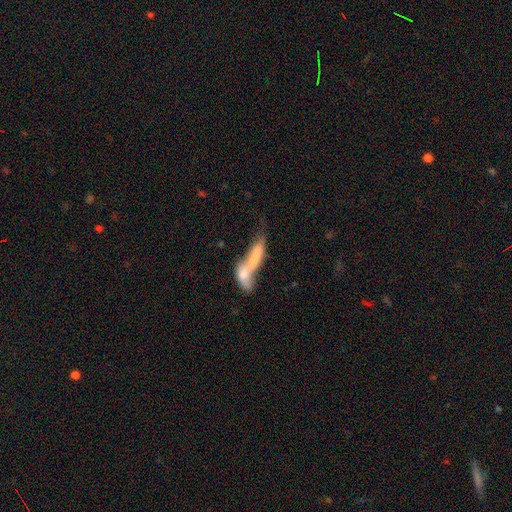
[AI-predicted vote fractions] smooth 61%, featured or disk 32%, star or artifact 8%. Down the decision tree: how rounded — in between (53%); merging — merger (73%).